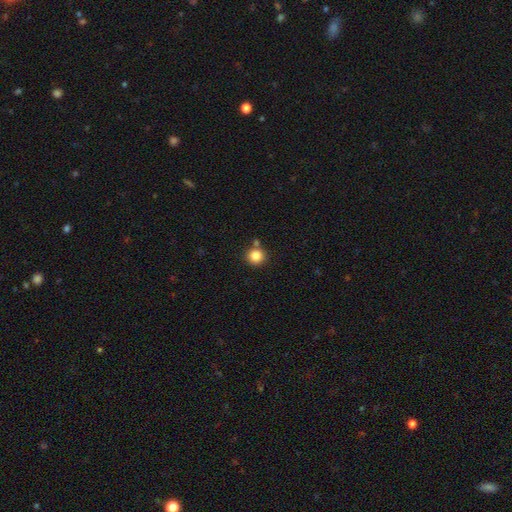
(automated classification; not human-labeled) Q: Smooth or featured?
A: smooth (84%); runner-up: star or artifact (11%)
Q: How rounded?
A: round (92%); runner-up: in between (7%)
Q: Merging?
A: none (77%); runner-up: merger (12%)